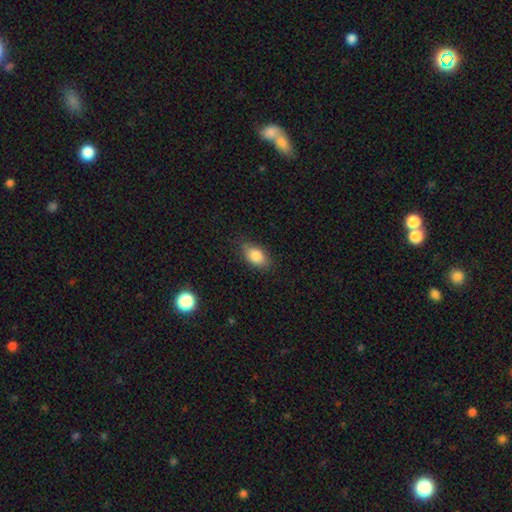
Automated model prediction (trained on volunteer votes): A smooth galaxy with no disk features (83%) that is in between round and cigar-shaped (87%). Merging: none (78%).